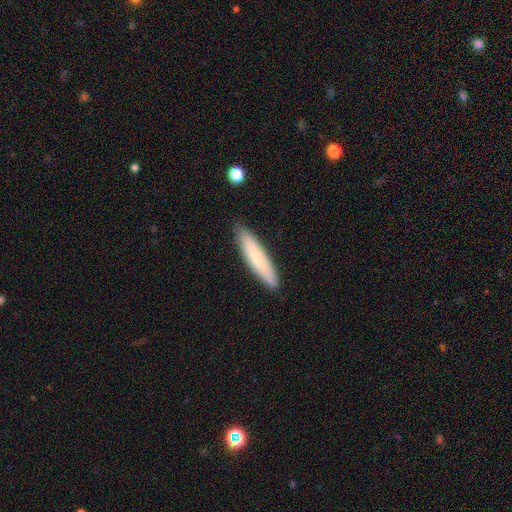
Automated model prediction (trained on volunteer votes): smooth_or_featured: smooth (p=0.69) [alt: featured or disk p=0.25]
how_rounded: cigar-shaped (p=0.83) [alt: in between p=0.16]
merging: none (p=0.88) [alt: minor disturbance p=0.09]